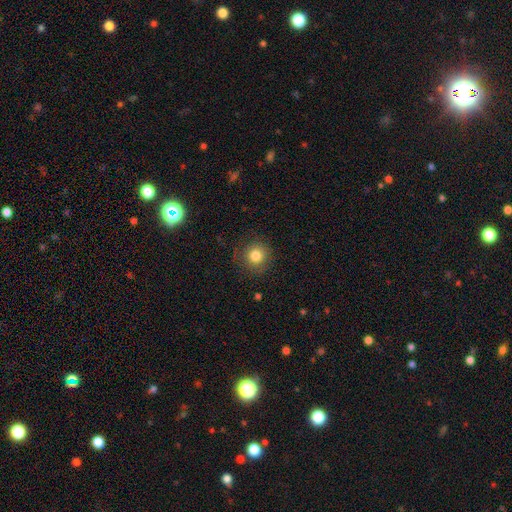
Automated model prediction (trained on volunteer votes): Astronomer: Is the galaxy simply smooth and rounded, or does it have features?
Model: smooth — 81%.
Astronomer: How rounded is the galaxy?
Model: round — 93%.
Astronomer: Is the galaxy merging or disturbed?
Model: none — 85%.